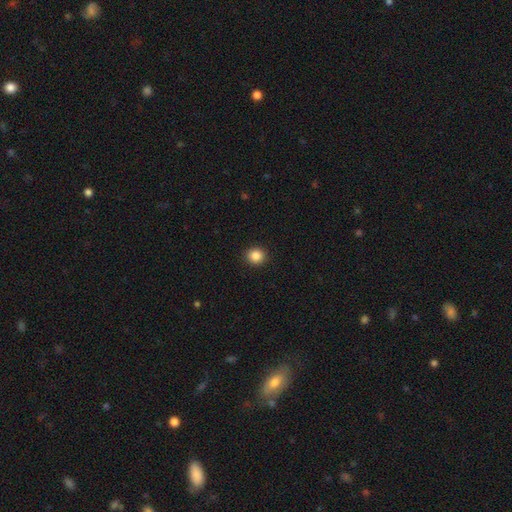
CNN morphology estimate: Q: Smooth or featured?
A: smooth (86%); runner-up: star or artifact (10%)
Q: How rounded?
A: round (88%); runner-up: in between (11%)
Q: Merging?
A: none (92%); runner-up: minor disturbance (5%)